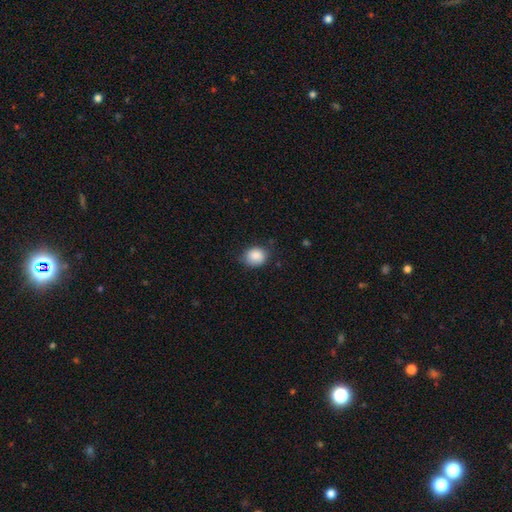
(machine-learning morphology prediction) Overall: smooth (86%). How rounded: round (61%; in between 38%). Merging: none (66%; minor disturbance 27%).